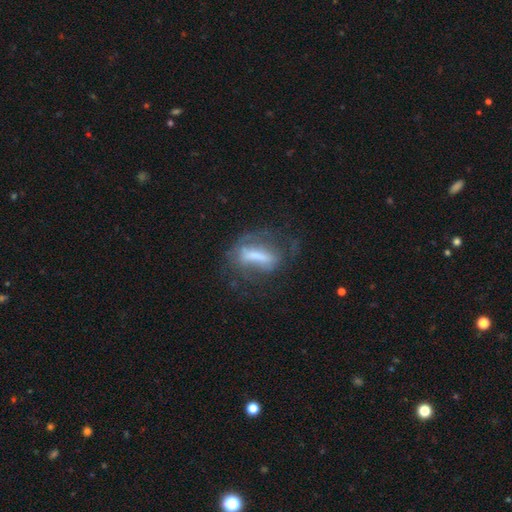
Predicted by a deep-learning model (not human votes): Smooth or featured: featured or disk — 55% (smooth — 33%)
Edge-on disk: no — 78% (yes — 22%)
Merging: none — 46% (major disturbance — 28%)